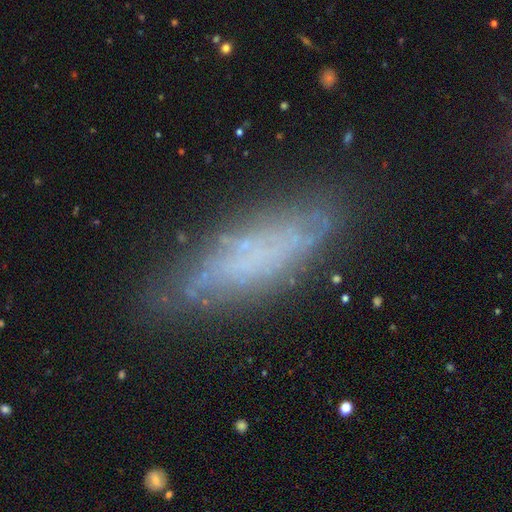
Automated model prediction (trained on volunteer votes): smooth_or_featured: featured or disk (p=0.49) [alt: smooth p=0.38]
merging: none (p=0.72) [alt: minor disturbance p=0.19]